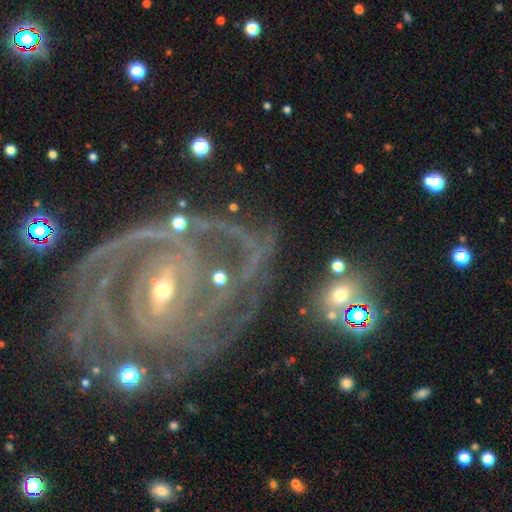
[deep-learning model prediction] Smooth or featured? featured or disk (83%)
Edge-on disk? no (97%)
Bar? strong (39%)
Spiral arms? yes (94%)
Spiral winding? tight (64%)
Spiral arm count? can't tell (25%)
Bulge size? small (63%)
Merging? none (60%)